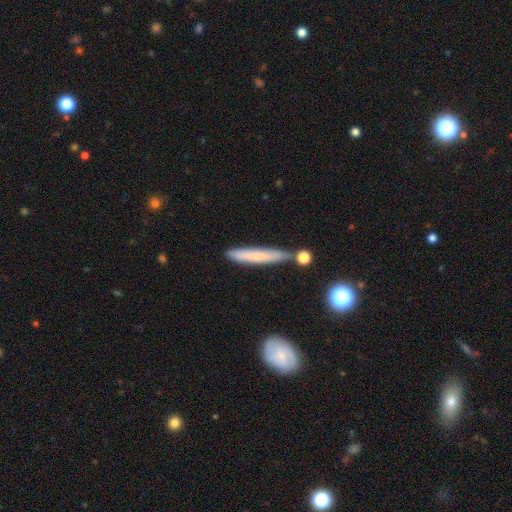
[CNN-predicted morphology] A smooth galaxy with no disk features (65%) that is cigar-shaped (95%). Merging: none (76%).